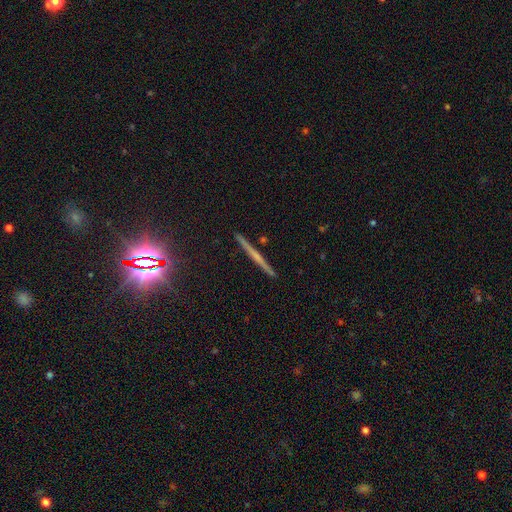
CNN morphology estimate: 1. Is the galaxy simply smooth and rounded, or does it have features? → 58% featured or disk, 27% smooth, 15% star or artifact.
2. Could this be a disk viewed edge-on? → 98% yes, 2% no.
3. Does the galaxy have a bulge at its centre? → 63% none, 29% rounded, 8% boxy.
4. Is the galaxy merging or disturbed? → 92% none, 6% minor disturbance, 1% merger, 1% major disturbance.